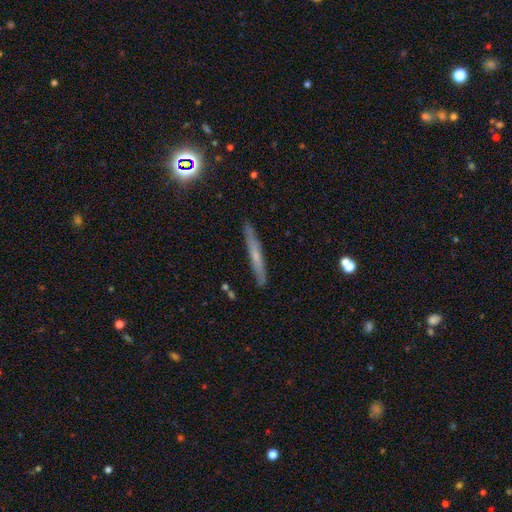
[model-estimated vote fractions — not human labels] Overall: featured or disk (46%; smooth 45%). Merging: none (86%).